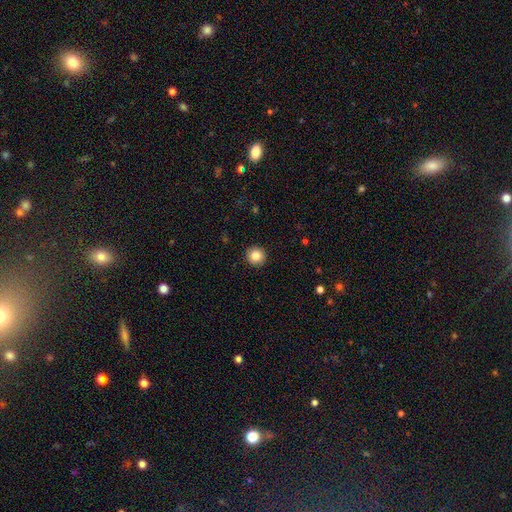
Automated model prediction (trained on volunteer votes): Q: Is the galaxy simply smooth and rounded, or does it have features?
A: smooth — 84%.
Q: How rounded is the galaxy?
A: round — 95%.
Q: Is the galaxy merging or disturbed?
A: none — 93%.